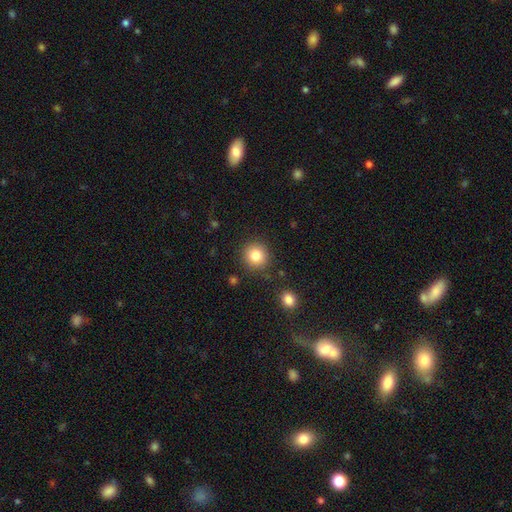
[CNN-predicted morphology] Smooth or featured?
  - smooth: 83% *
  - star or artifact: 10%
  - featured or disk: 7%
How rounded?
  - round: 90% *
  - in between: 9%
  - cigar-shaped: 1%
Merging?
  - none: 85% *
  - minor disturbance: 9%
  - major disturbance: 3%
  - merger: 3%